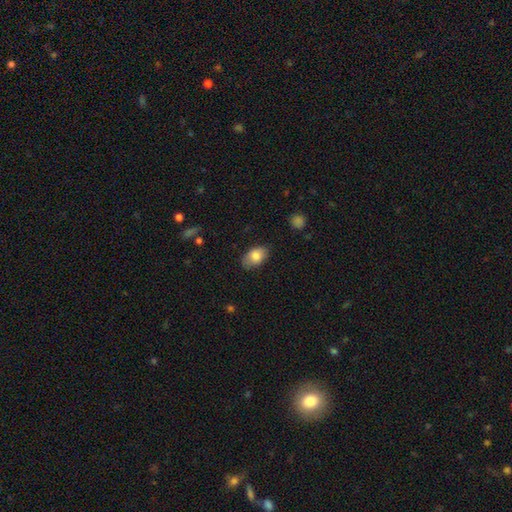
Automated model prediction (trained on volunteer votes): Smooth or featured? smooth (80%)
How rounded? in between (90%)
Merging? none (77%)